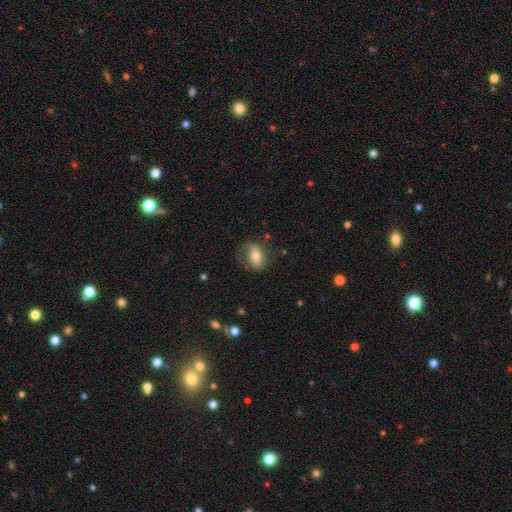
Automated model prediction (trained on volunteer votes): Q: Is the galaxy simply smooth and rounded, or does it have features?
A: smooth — 58%.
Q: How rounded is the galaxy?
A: in between — 76%.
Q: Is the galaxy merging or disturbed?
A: none — 66%.